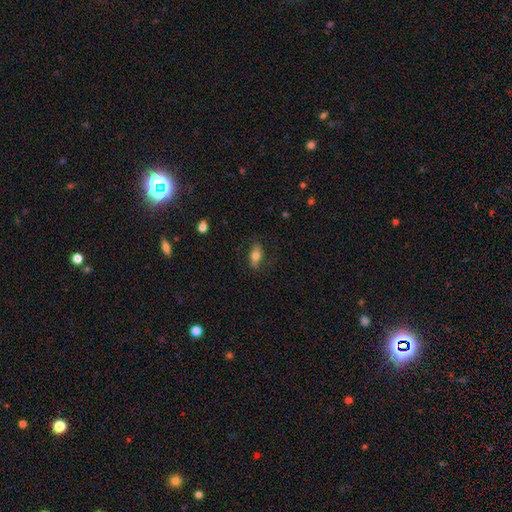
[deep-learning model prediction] Q: Smooth or featured?
A: smooth (73%); runner-up: featured or disk (19%)
Q: How rounded?
A: in between (84%); runner-up: cigar-shaped (10%)
Q: Merging?
A: none (81%); runner-up: minor disturbance (14%)